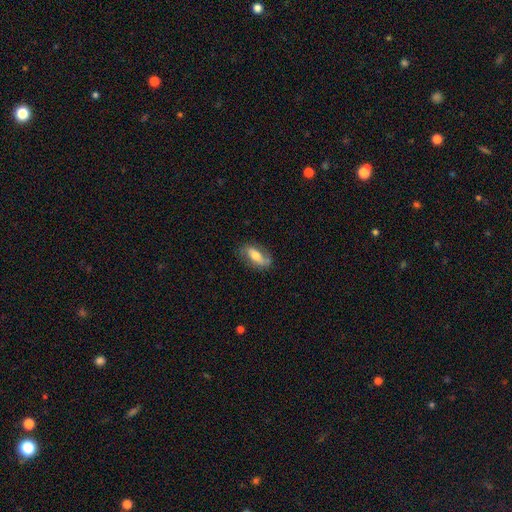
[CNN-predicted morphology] A featured or disk galaxy (55%). Merging: none (75%).